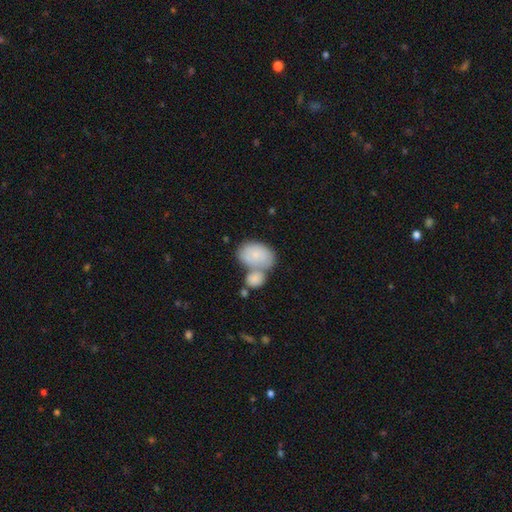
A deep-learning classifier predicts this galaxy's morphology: Smooth or featured? smooth (74%)
How rounded? in between (84%)
Merging? merger (50%)